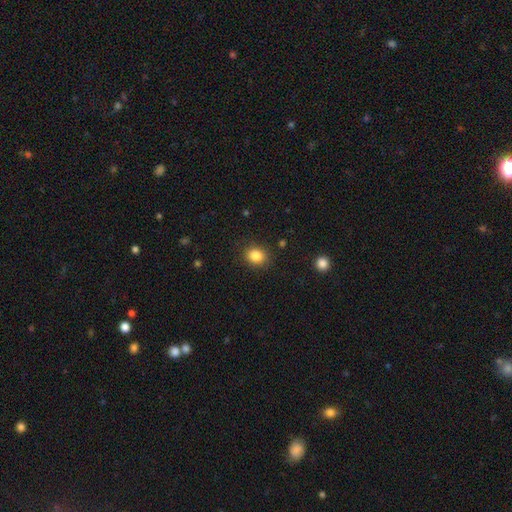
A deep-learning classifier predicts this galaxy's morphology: Smooth or featured?
  - smooth: 85% *
  - star or artifact: 10%
  - featured or disk: 5%
How rounded?
  - round: 63% *
  - in between: 36%
  - cigar-shaped: 1%
Merging?
  - none: 87% *
  - minor disturbance: 9%
  - major disturbance: 3%
  - merger: 1%